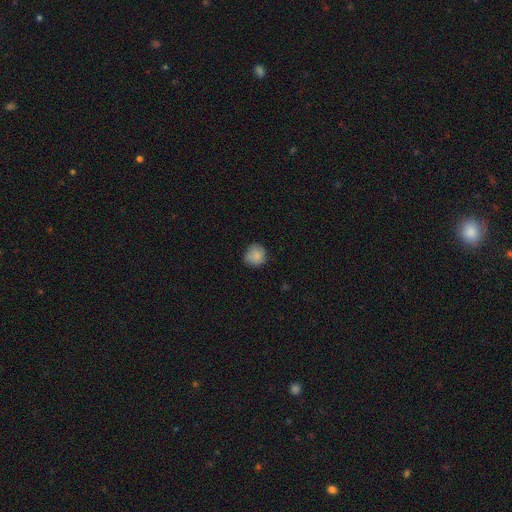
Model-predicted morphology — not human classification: The model was most divided on "merging": none: 74%, minor disturbance: 21%, major disturbance: 4%, merger: 1%. More confident: how rounded — round (88%); smooth or featured — smooth (83%).